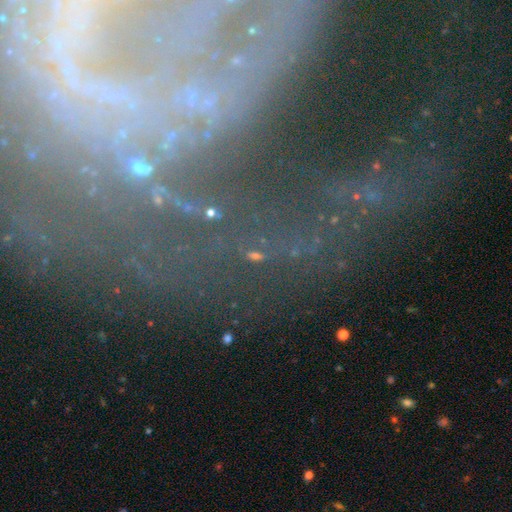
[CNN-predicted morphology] star or artifact 59%, featured or disk 22%, smooth 19%.